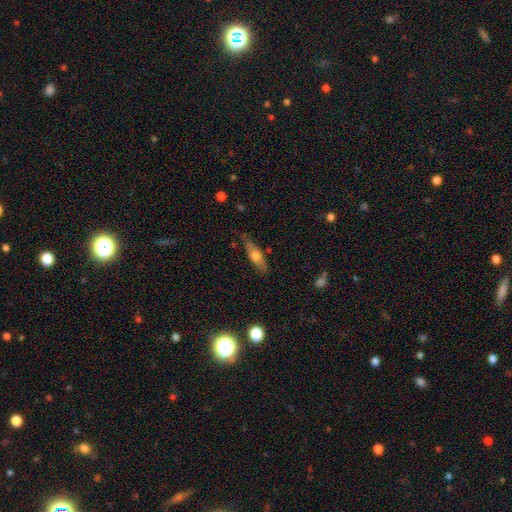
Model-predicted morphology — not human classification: Smooth or featured: smooth — 59% (featured or disk — 34%)
How rounded: in between — 49% (cigar-shaped — 48%)
Merging: none — 74% (minor disturbance — 19%)